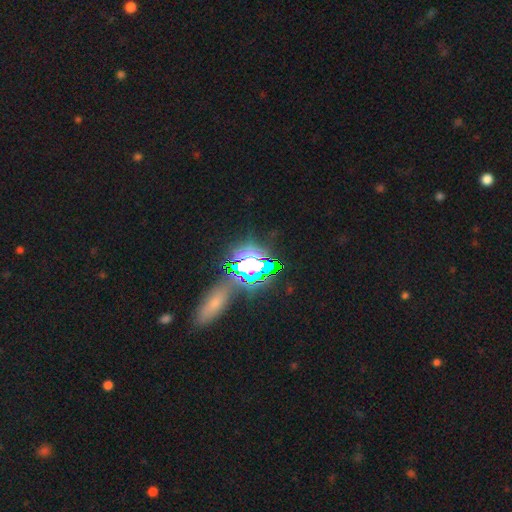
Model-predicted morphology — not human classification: A star or artifact, not a galaxy (74%).